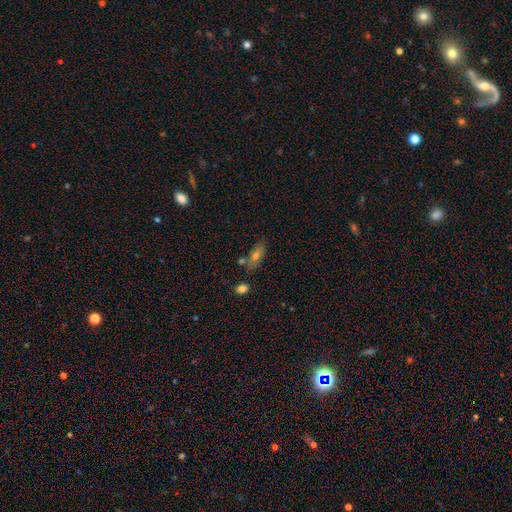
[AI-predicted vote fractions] Smooth or featured? Predicted: smooth (p=0.61). How rounded? Predicted: in between (p=0.73). Merging? Predicted: none (p=0.71).